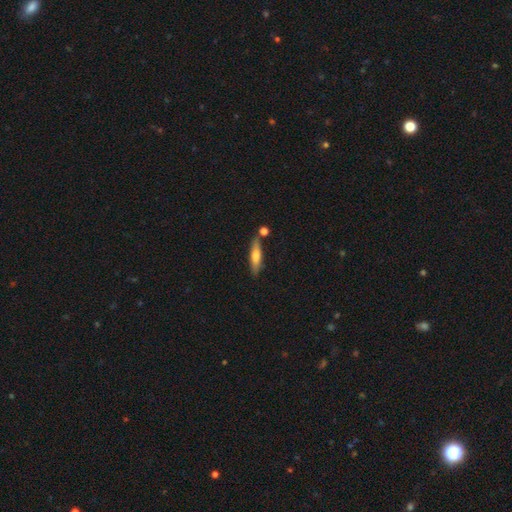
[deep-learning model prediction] Morphology: type=smooth (63%); roundness=cigar-shaped (77%); merging=none (76%).